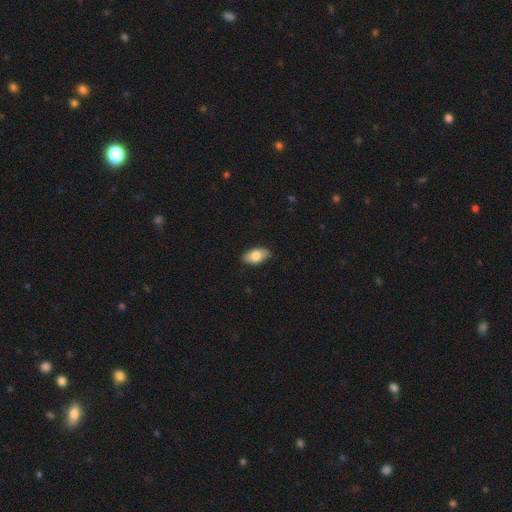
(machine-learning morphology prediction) smooth-or-featured: smooth: 78% | featured or disk: 16% | star or artifact: 6%
  how-rounded: in between: 93% | round: 4% | cigar-shaped: 3%
  merging: none: 87% | minor disturbance: 10% | major disturbance: 2% | merger: 1%